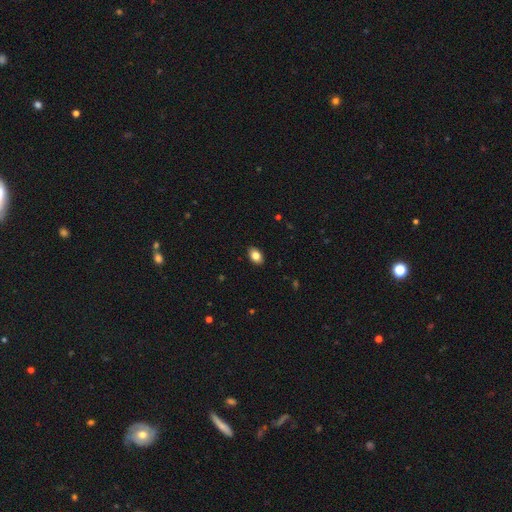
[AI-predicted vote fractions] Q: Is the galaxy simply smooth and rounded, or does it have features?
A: smooth — 84%.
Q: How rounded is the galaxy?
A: in between — 87%.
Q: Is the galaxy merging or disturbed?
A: none — 89%.